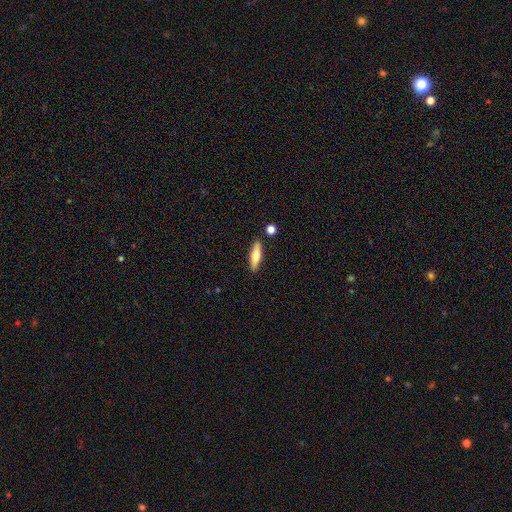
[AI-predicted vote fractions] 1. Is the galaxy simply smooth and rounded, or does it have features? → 59% smooth, 35% featured or disk, 6% star or artifact.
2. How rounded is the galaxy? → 59% cigar-shaped, 39% in between, 3% round.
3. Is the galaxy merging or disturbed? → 86% none, 8% minor disturbance, 4% merger, 2% major disturbance.